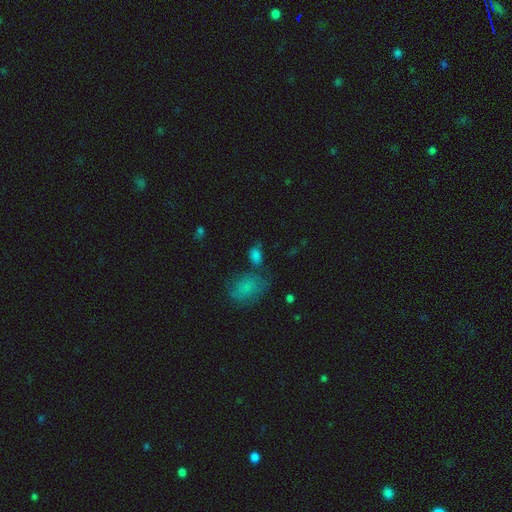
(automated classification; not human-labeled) The model was most divided on "merging": none: 54%, minor disturbance: 19%, merger: 18%, major disturbance: 10%. More confident: how rounded — in between (79%); smooth or featured — smooth (78%).